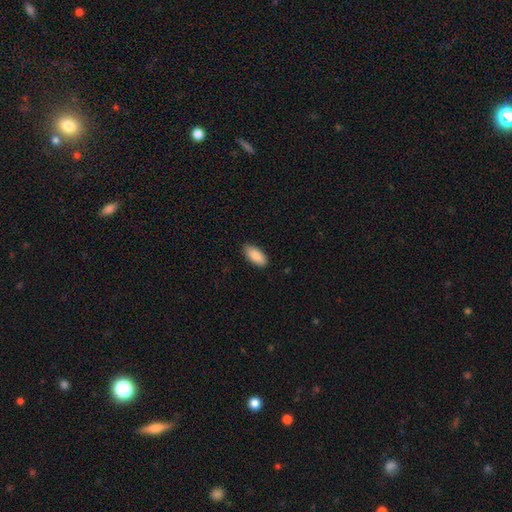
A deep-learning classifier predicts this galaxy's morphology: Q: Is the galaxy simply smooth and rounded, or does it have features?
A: smooth — 89%.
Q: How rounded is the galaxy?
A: in between — 88%.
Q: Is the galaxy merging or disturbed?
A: none — 88%.